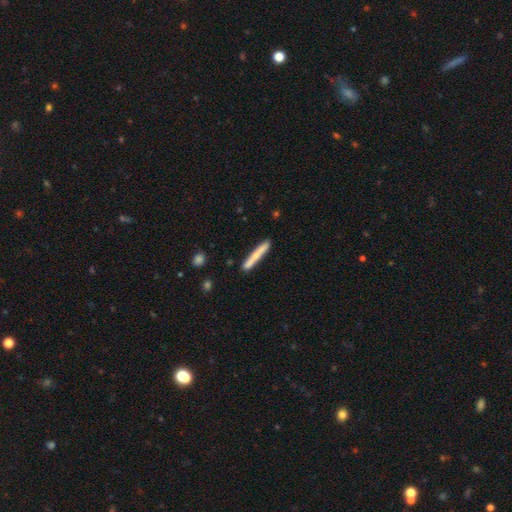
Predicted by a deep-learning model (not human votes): Smooth or featured? Predicted: smooth (p=0.70). How rounded? Predicted: cigar-shaped (p=0.96). Merging? Predicted: none (p=0.83).